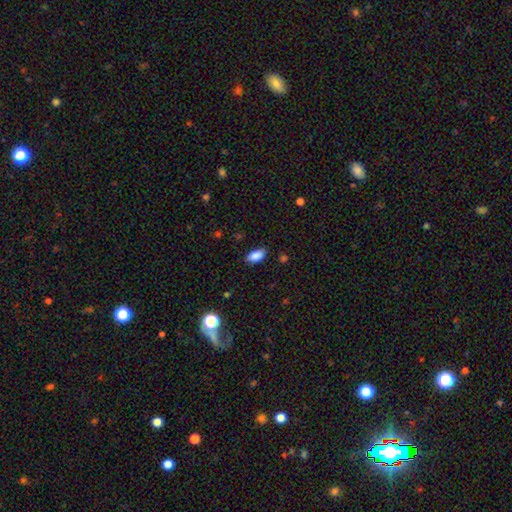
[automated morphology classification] A smooth galaxy with no disk features (87%) that is in between round and cigar-shaped (92%).

Vote fractions:
- Smooth or featured? smooth: 87% / star or artifact: 8% / featured or disk: 5%
- How rounded? in between: 92% / cigar-shaped: 5% / round: 3%
- Merging? none: 83% / minor disturbance: 13% / major disturbance: 3% / merger: 1%